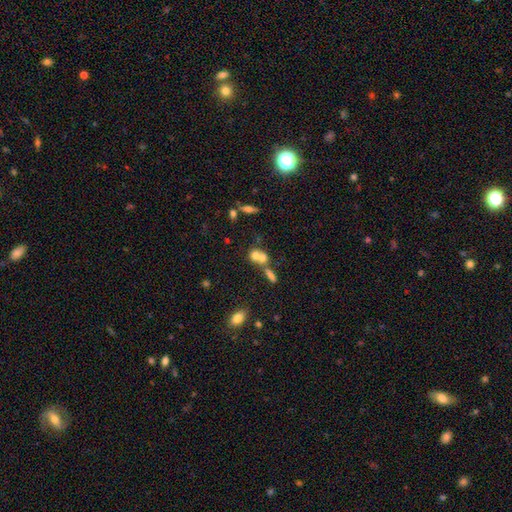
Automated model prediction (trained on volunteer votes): This appears to be a smooth galaxy with no disk features (65%) that is round (67%). Merging: merger (58%).